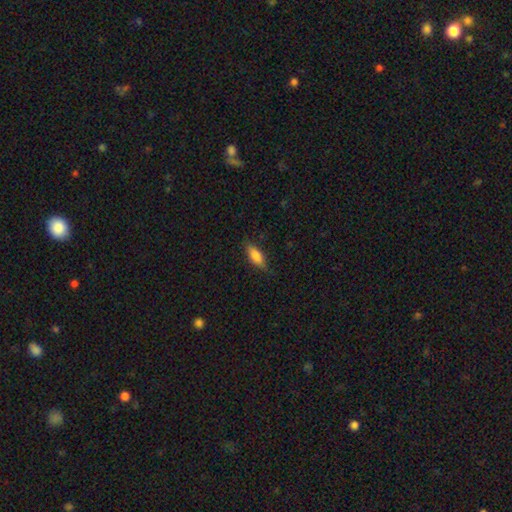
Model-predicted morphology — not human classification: Q: Smooth or featured?
A: smooth (80%); runner-up: featured or disk (13%)
Q: How rounded?
A: in between (71%); runner-up: cigar-shaped (27%)
Q: Merging?
A: none (76%); runner-up: minor disturbance (19%)